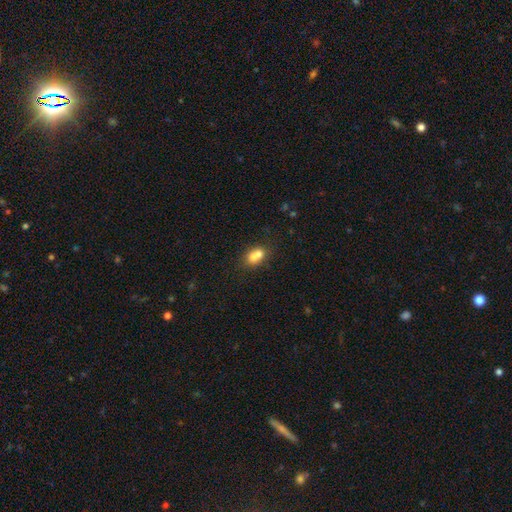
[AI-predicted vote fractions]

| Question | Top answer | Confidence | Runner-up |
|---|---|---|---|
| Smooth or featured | smooth | 70% | featured or disk (19%) |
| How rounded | in between | 53% | round (45%) |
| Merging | merger | 59% | none (29%) |